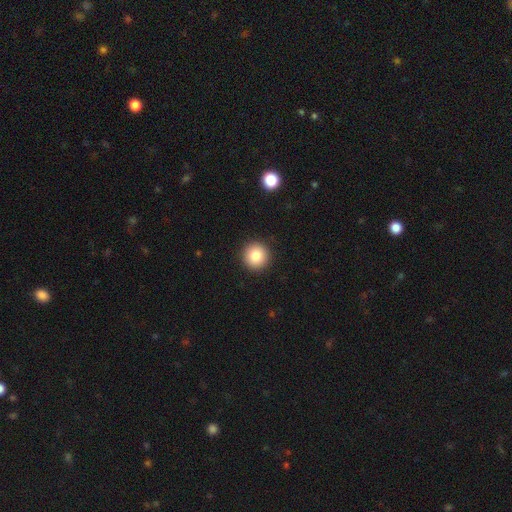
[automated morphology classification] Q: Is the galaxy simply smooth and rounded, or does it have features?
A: smooth — 85%.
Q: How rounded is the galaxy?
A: round — 95%.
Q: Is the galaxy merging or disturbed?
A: none — 92%.